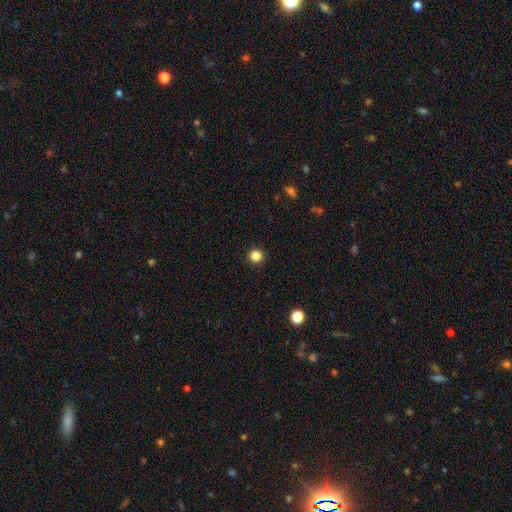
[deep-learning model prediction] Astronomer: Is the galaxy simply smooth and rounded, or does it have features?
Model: smooth — 85%.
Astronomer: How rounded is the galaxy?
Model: round — 96%.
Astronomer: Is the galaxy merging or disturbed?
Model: none — 94%.